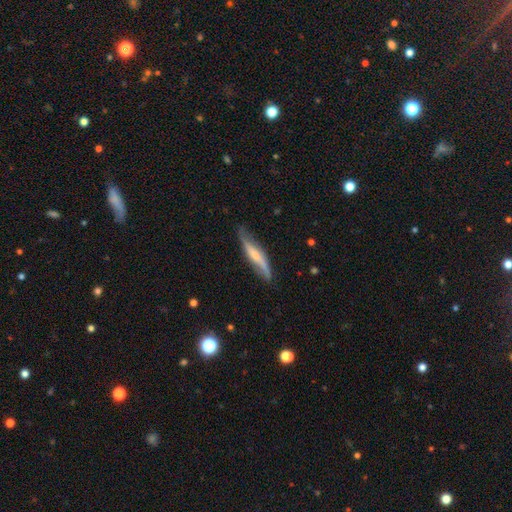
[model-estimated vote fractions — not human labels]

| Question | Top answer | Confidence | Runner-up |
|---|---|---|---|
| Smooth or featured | featured or disk | 58% | smooth (36%) |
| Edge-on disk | yes | 59% | no (41%) |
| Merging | none | 66% | minor disturbance (25%) |